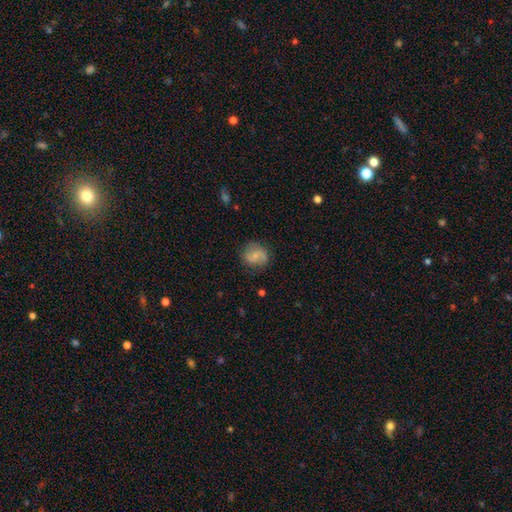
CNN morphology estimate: smooth 46%, featured or disk 45%, star or artifact 8%. Down the decision tree: merging — none (76%).